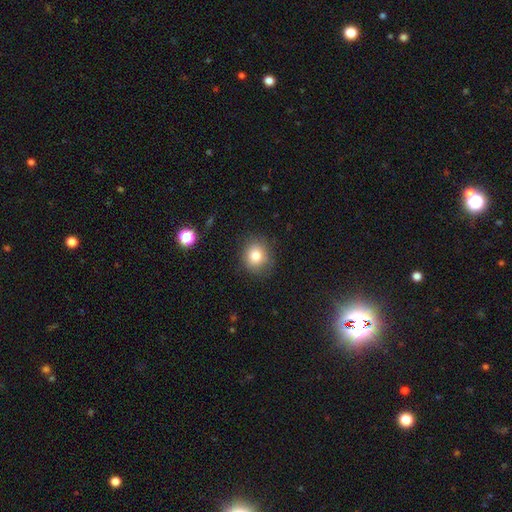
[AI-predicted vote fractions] Q: Smooth or featured?
A: smooth (80%); runner-up: star or artifact (11%)
Q: How rounded?
A: round (78%); runner-up: in between (21%)
Q: Merging?
A: none (83%); runner-up: minor disturbance (12%)